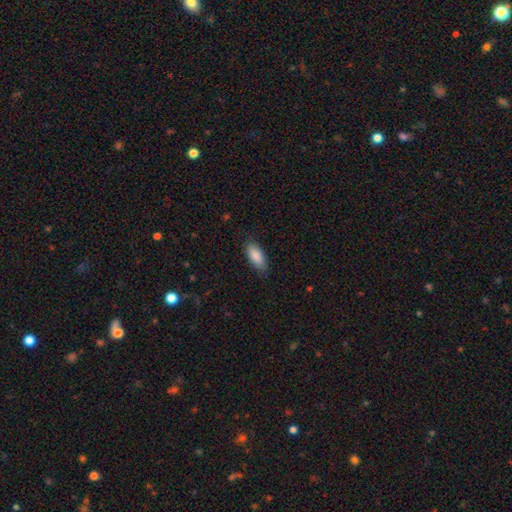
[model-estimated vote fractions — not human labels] Q: Smooth or featured?
A: smooth (88%); runner-up: star or artifact (6%)
Q: How rounded?
A: in between (86%); runner-up: cigar-shaped (12%)
Q: Merging?
A: none (83%); runner-up: minor disturbance (13%)